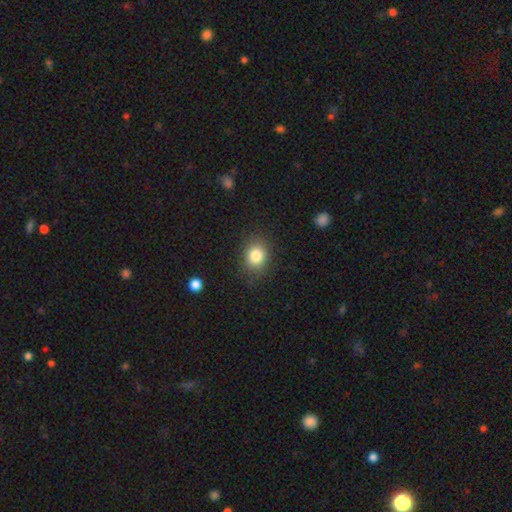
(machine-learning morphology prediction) smooth_or_featured: smooth (p=0.83) [alt: star or artifact p=0.10]
how_rounded: round (p=0.60) [alt: in between p=0.40]
merging: none (p=0.85) [alt: minor disturbance p=0.10]